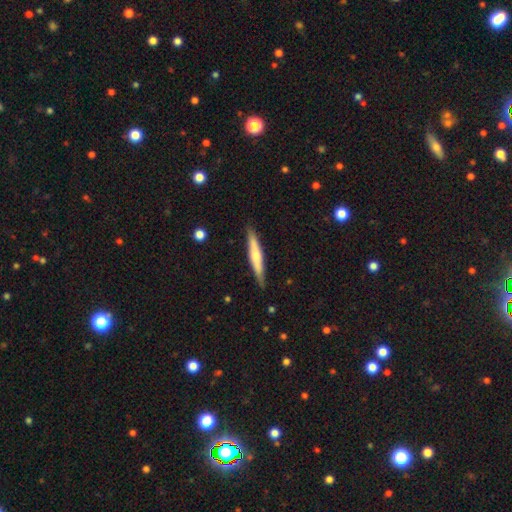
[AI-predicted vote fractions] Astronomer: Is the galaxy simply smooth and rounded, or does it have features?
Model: smooth — 49% (runner-up: featured or disk, 45%).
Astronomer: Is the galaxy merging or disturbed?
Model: none — 87%.